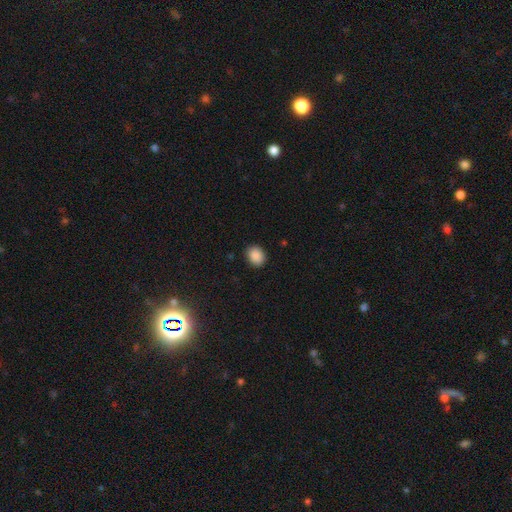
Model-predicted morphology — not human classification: type=smooth (89%); roundness=round (54%); merging=none (89%).